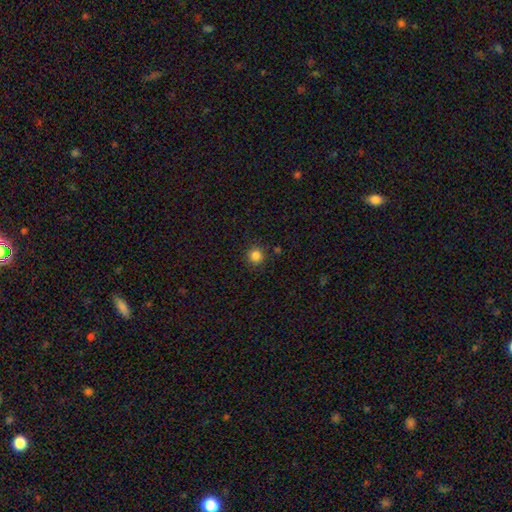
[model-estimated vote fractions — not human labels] A smooth galaxy with no disk features (84%) that is round (92%).

Vote fractions:
- Smooth or featured? smooth: 84% / star or artifact: 12% / featured or disk: 4%
- How rounded? round: 92% / in between: 7% / cigar-shaped: 1%
- Merging? none: 88% / minor disturbance: 8% / major disturbance: 2% / merger: 2%